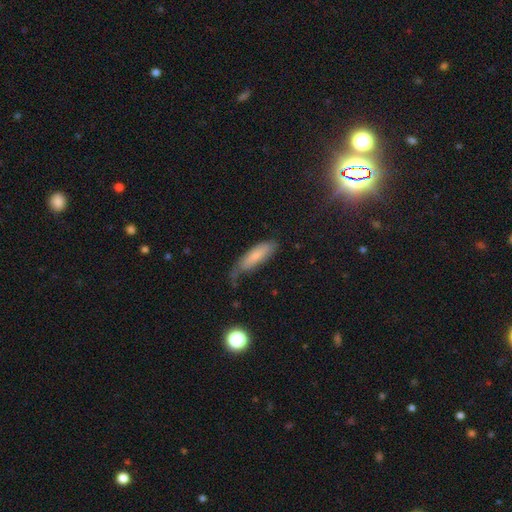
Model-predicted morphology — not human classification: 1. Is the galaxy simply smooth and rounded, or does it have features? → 72% smooth, 20% featured or disk, 8% star or artifact.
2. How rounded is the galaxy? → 53% cigar-shaped, 45% in between, 2% round.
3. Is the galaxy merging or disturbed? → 45% none, 36% minor disturbance, 15% major disturbance, 3% merger.